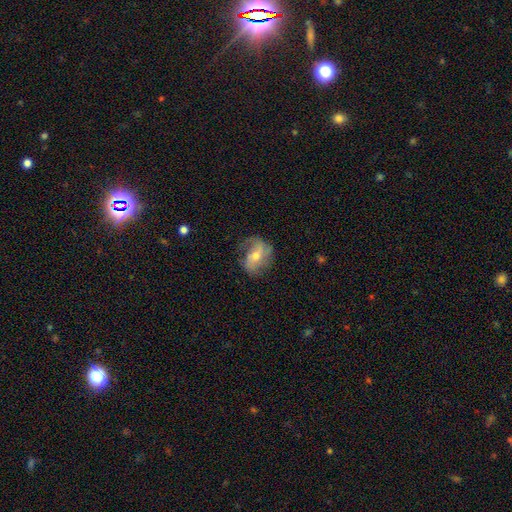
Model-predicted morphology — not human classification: The model was most divided on "spiral winding": loose: 42%, medium: 38%, tight: 20%. Remaining: edge-on disk — no (96%); spiral arms — yes (84%); smooth or featured — featured or disk (64%); bulge size — moderate (58%); merging — none (57%); spiral arm count — 2 (54%); bar — no (47%).